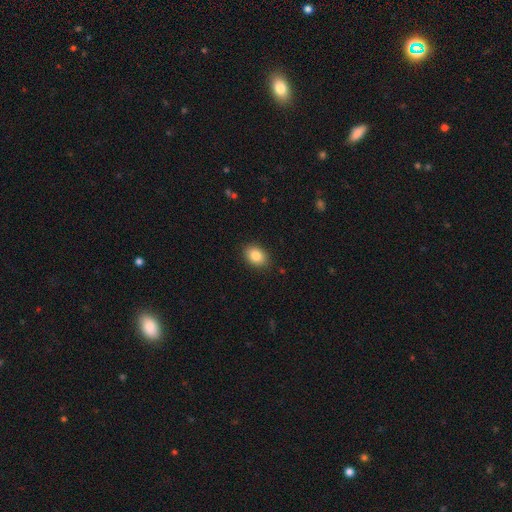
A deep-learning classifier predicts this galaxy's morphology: type=smooth (85%); roundness=in between (76%); merging=none (88%).